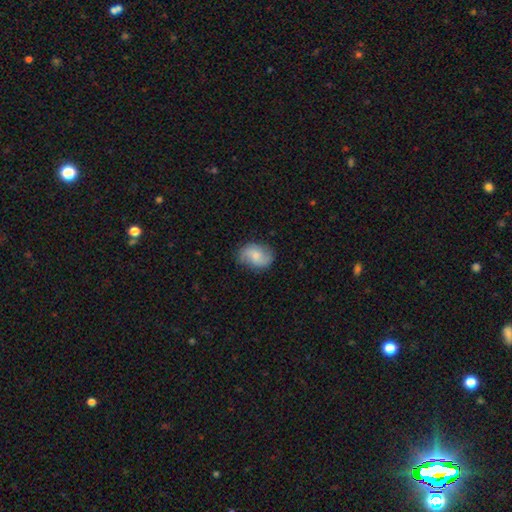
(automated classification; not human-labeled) Smooth or featured: featured or disk — 48% (smooth — 44%)
Merging: none — 76% (minor disturbance — 18%)